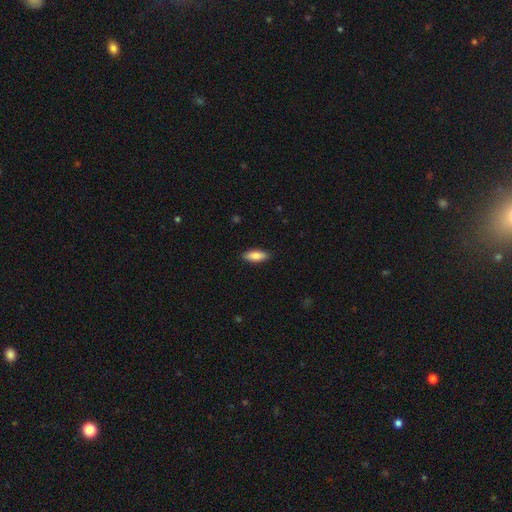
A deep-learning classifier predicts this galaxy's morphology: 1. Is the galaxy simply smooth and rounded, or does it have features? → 83% smooth, 11% featured or disk, 6% star or artifact.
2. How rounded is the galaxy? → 72% in between, 26% cigar-shaped, 2% round.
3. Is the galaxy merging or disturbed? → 89% none, 8% minor disturbance, 2% major disturbance, 1% merger.